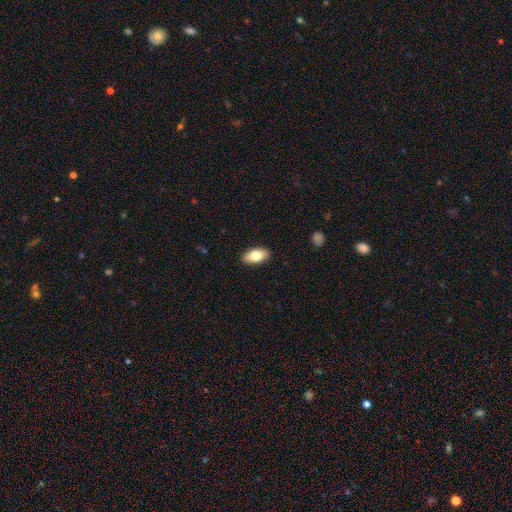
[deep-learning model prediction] A smooth galaxy with no disk features (77%) that is in between round and cigar-shaped (91%). Merging: none (90%).